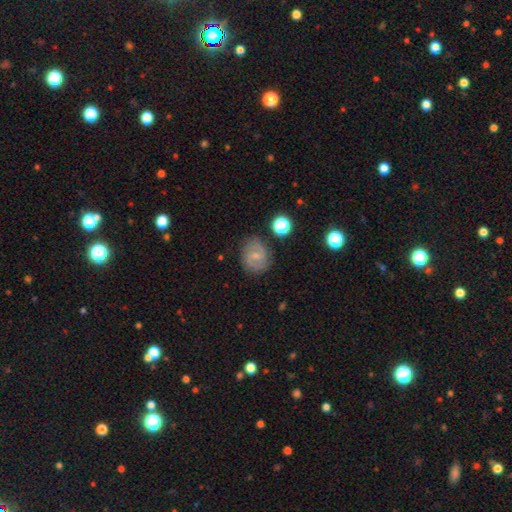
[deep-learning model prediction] Smooth or featured: featured or disk — 62% (smooth — 29%)
Edge-on disk: no — 97% (yes — 3%)
Bar: weak — 45% (tied with no — 45%)
Spiral arms: yes — 86% (no — 14%)
Spiral winding: medium — 46% (tight — 37%)
Spiral arm count: 2 — 80% (can't tell — 12%)
Bulge size: small — 66% (moderate — 28%)
Merging: none — 79% (minor disturbance — 15%)